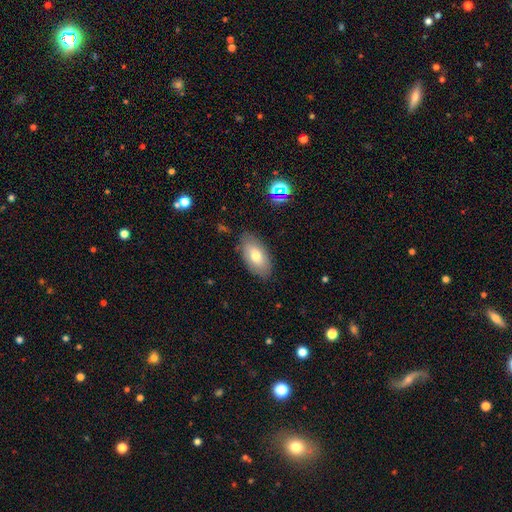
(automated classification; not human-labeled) A smooth galaxy with no disk features (72%) that is in between round and cigar-shaped (93%).

Vote fractions:
- Smooth or featured? smooth: 72% / featured or disk: 20% / star or artifact: 8%
- How rounded? in between: 93% / round: 4% / cigar-shaped: 3%
- Merging? none: 83% / minor disturbance: 13% / major disturbance: 3% / merger: 2%